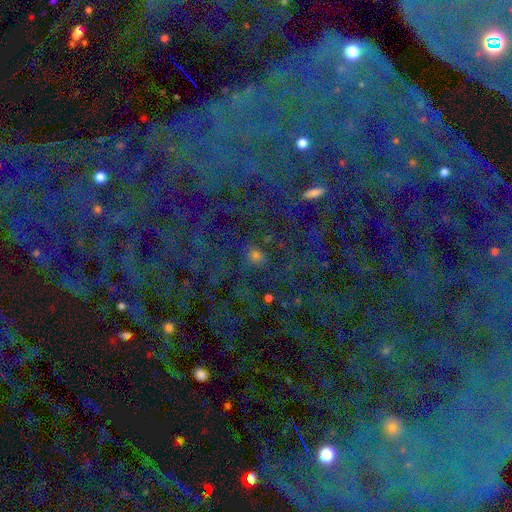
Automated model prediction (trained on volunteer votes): Smooth or featured? star or artifact (60%)